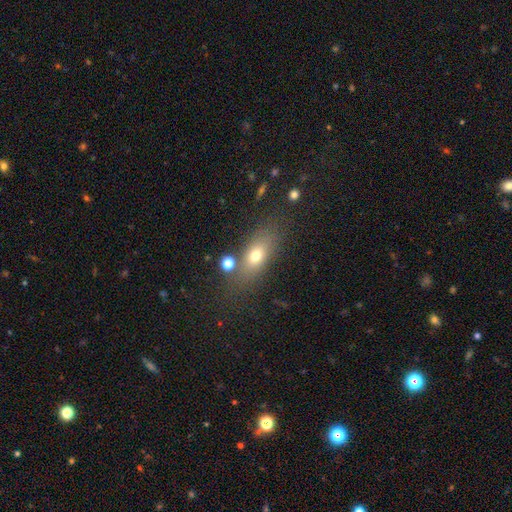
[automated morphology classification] This is likely a smooth galaxy (69%). How rounded: likely in between (68%). Merging: likely none (72%).